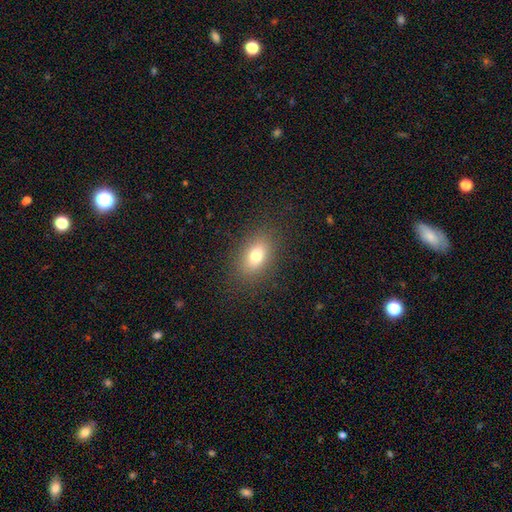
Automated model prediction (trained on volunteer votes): Smooth or featured? smooth (77%)
How rounded? in between (83%)
Merging? none (86%)